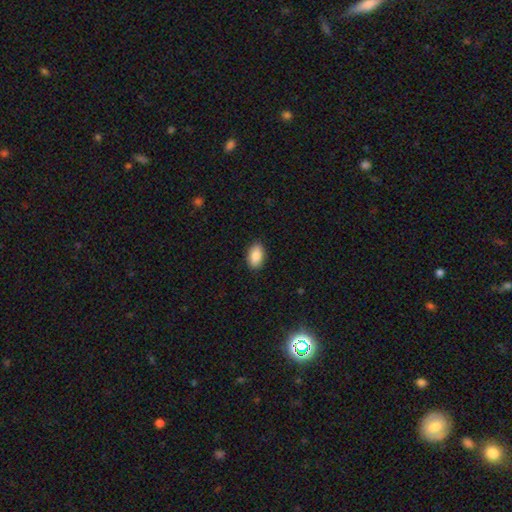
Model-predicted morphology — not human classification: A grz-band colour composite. It shows a smooth galaxy with no disk features (89%) that is in between round and cigar-shaped (93%). Merging: none (89%).